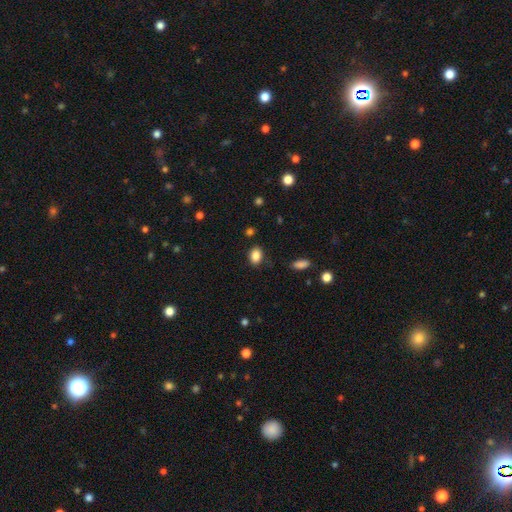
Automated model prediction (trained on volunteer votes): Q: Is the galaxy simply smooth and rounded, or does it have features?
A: smooth — 86%.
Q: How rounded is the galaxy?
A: in between — 76%.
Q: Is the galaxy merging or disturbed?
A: none — 84%.